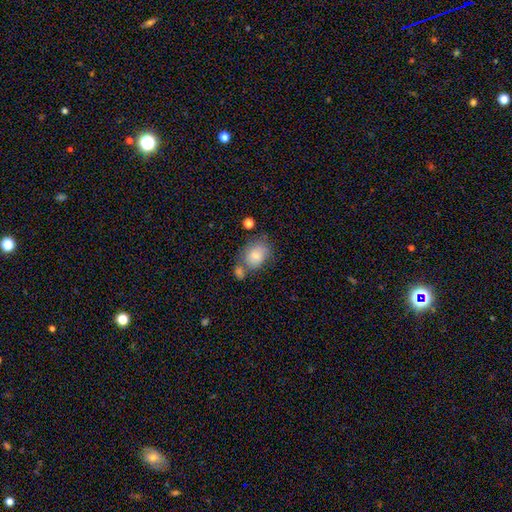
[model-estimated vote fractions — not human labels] smooth-or-featured: smooth: 74% | featured or disk: 18% | star or artifact: 8%
  how-rounded: in between: 65% | round: 34% | cigar-shaped: 1%
  merging: none: 47% | merger: 25% | minor disturbance: 20% | major disturbance: 8%